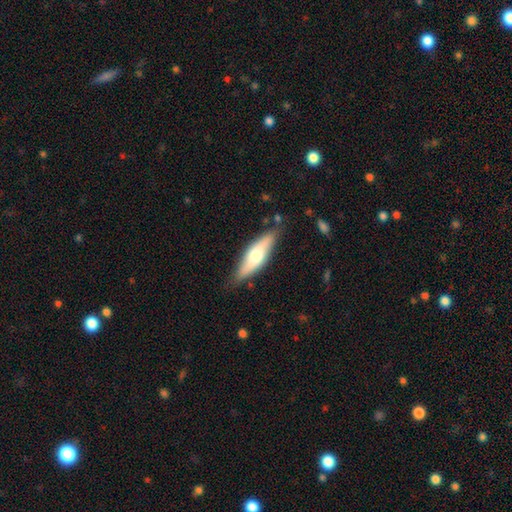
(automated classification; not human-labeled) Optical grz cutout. It shows a smooth galaxy with no disk features (56%) that is cigar-shaped (53%). Merging: none (76%).